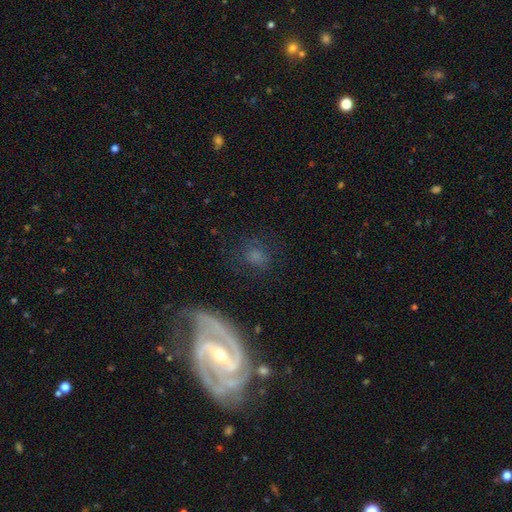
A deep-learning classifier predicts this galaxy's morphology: A smooth galaxy with no disk features (45%).

Vote fractions:
- Smooth or featured? smooth: 45% / featured or disk: 37% / star or artifact: 18%
- Merging? none: 68% / minor disturbance: 15% / major disturbance: 12% / merger: 4%